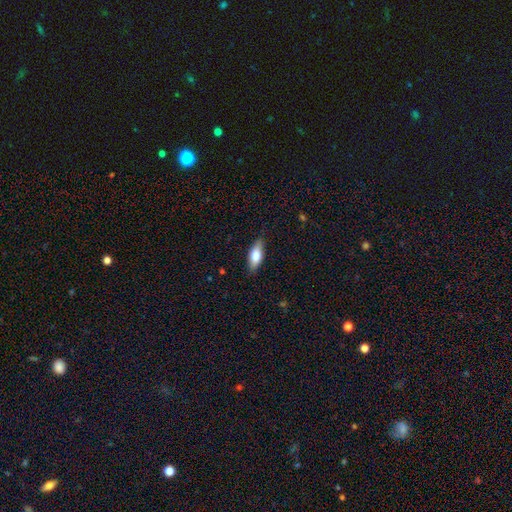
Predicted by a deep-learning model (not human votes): Smooth or featured?
  - smooth: 74% *
  - featured or disk: 19%
  - star or artifact: 6%
How rounded?
  - in between: 76% *
  - cigar-shaped: 22%
  - round: 2%
Merging?
  - none: 84% *
  - minor disturbance: 13%
  - major disturbance: 2%
  - merger: 1%